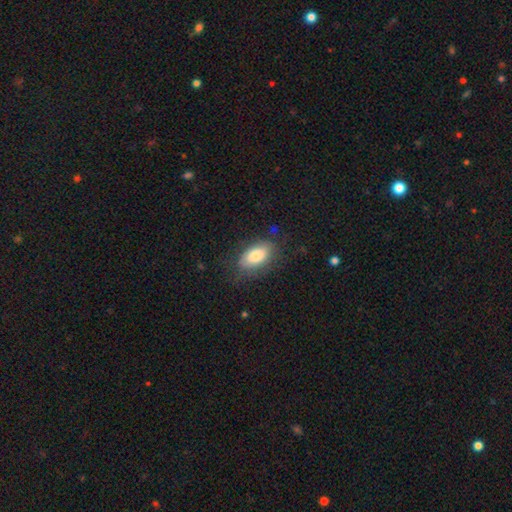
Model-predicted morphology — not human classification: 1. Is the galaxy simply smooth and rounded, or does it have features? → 77% smooth, 16% featured or disk, 7% star or artifact.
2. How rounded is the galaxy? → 92% in between, 5% round, 3% cigar-shaped.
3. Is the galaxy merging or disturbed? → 69% none, 20% minor disturbance, 9% major disturbance, 1% merger.